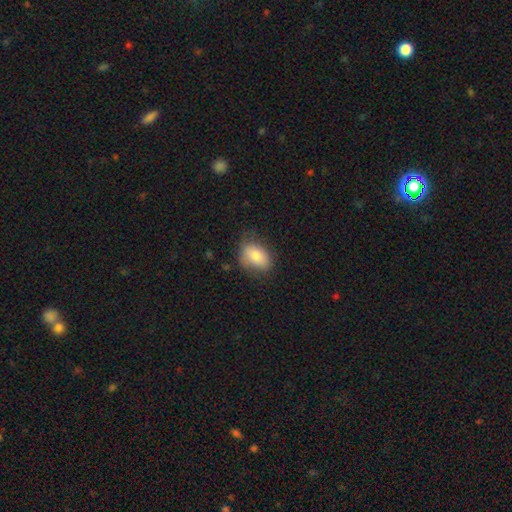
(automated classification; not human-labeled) smooth-or-featured: smooth: 80% | featured or disk: 12% | star or artifact: 8%
  how-rounded: in between: 81% | round: 17% | cigar-shaped: 1%
  merging: none: 66% | minor disturbance: 26% | major disturbance: 7% | merger: 2%